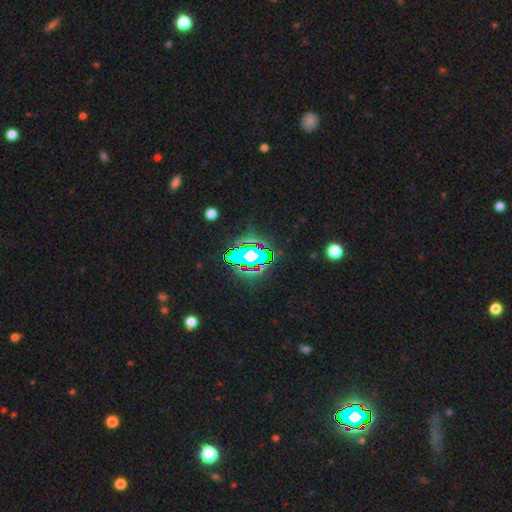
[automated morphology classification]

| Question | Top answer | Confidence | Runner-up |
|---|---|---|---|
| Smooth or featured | star or artifact | 68% | smooth (17%) |